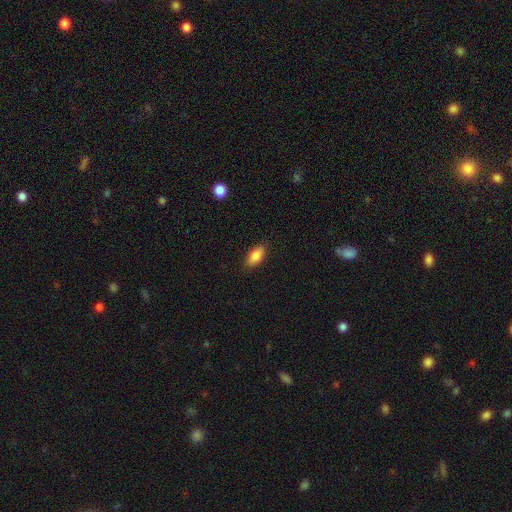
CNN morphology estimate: A smooth galaxy with no disk features (86%) that is in between round and cigar-shaped (88%). Merging: none (87%).